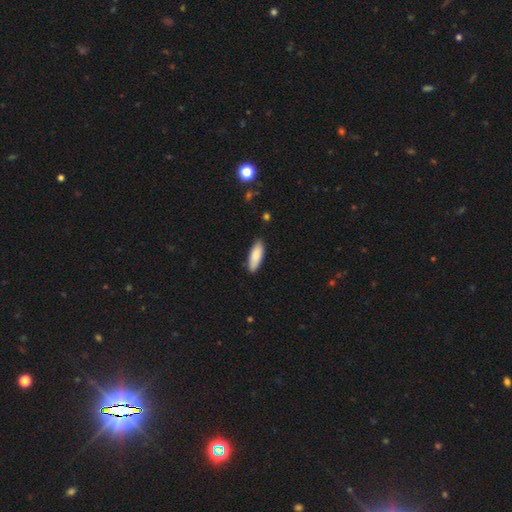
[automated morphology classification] Smooth or featured? smooth (87%)
How rounded? in between (62%)
Merging? none (87%)